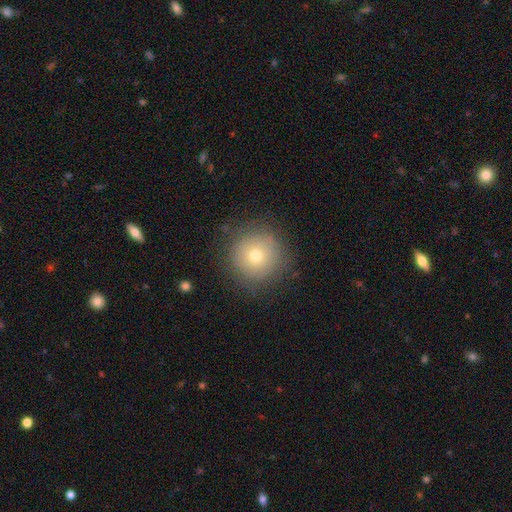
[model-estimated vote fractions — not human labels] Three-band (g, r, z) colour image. It shows a smooth galaxy with no disk features (71%) that is round (95%). Merging: none (84%).